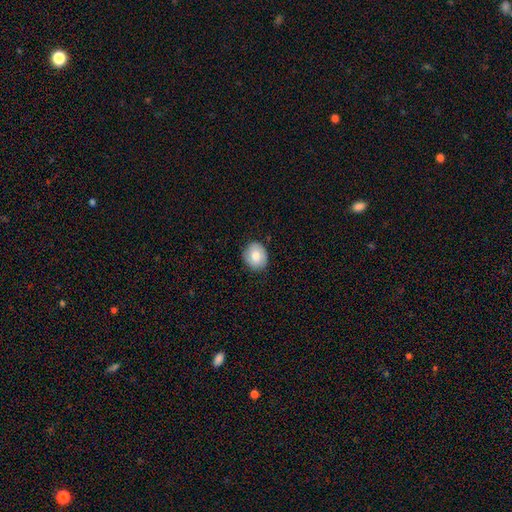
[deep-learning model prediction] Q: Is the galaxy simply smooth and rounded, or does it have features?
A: smooth — 77%.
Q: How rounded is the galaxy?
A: round — 67%.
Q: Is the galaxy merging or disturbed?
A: none — 84%.